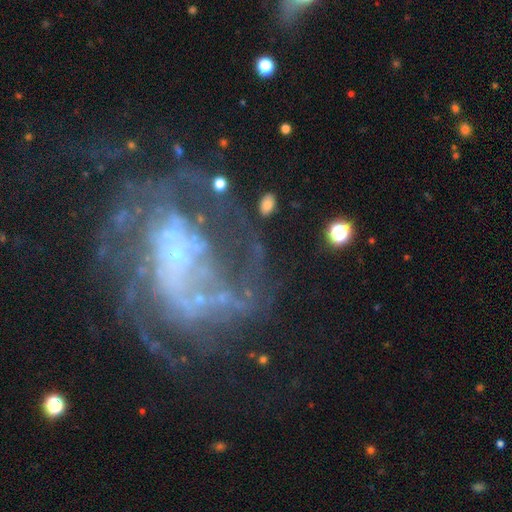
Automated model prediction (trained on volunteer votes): This appears to be a featured or disk galaxy (84%) with no bar (68%), 2 (29%) medium (40%) spiral arms (88%) and a small central bulge (73%). Merging: none (53%).